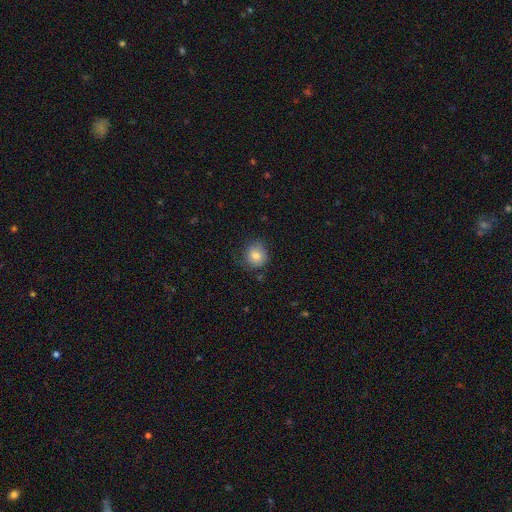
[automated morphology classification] smooth_or_featured: smooth (p=0.79) [alt: featured or disk p=0.11]
how_rounded: round (p=0.85) [alt: in between p=0.14]
merging: none (p=0.73) [alt: minor disturbance p=0.19]